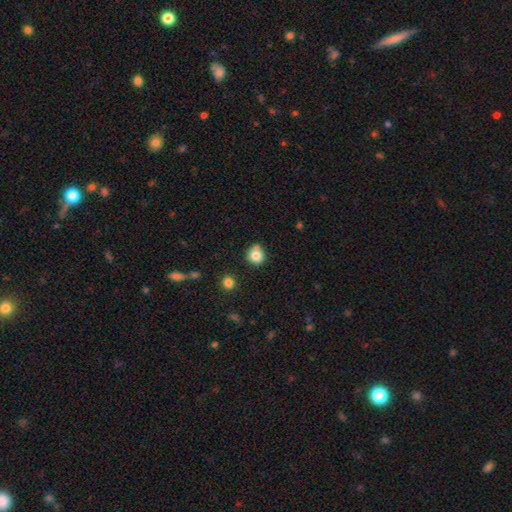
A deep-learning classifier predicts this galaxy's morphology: type=smooth (82%); roundness=round (87%); merging=none (69%).